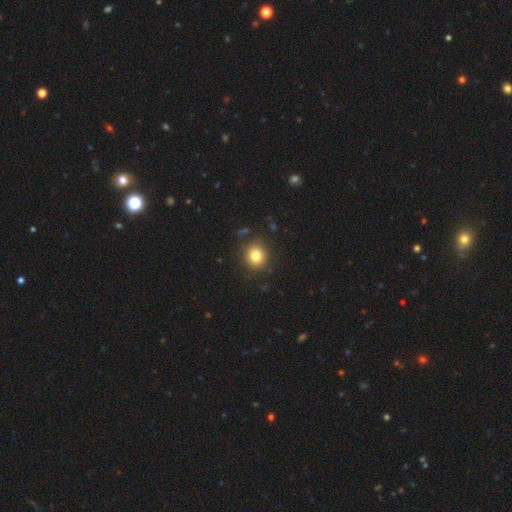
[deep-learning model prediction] This appears to be a smooth galaxy with no disk features (80%) that is round (87%). Merging: none (88%).